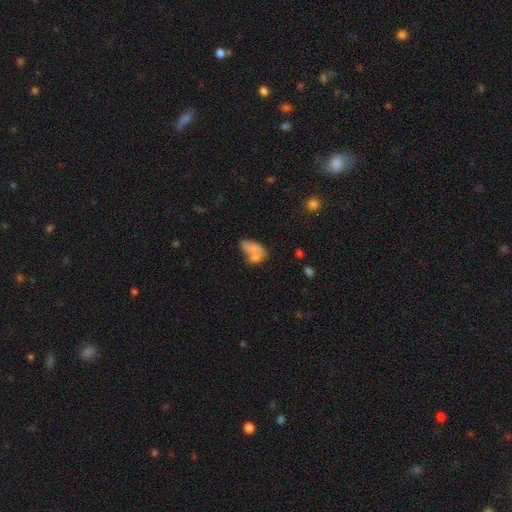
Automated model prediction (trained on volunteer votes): This is likely a smooth galaxy (65%). How rounded: clearly in between (83%). Merging: marginally merger (44%).